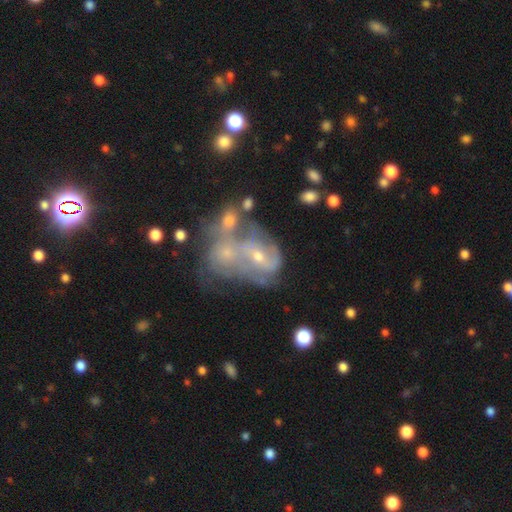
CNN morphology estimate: featured or disk 73%, smooth 16%, star or artifact 11%. Down the decision tree: edge-on disk — no (97%); bar — no (53%); spiral arms — yes (80%); spiral arm count — 2 (41%); spiral winding — medium (43%); bulge size — small (60%); merging — merger (61%).